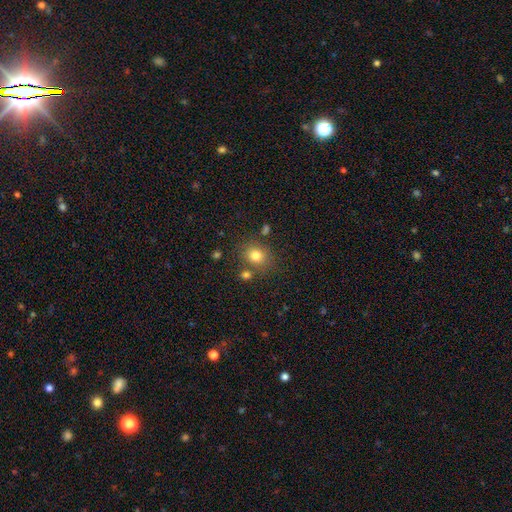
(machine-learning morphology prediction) smooth 79%, star or artifact 13%, featured or disk 8%. Down the decision tree: how rounded — round (69%); merging — none (74%).